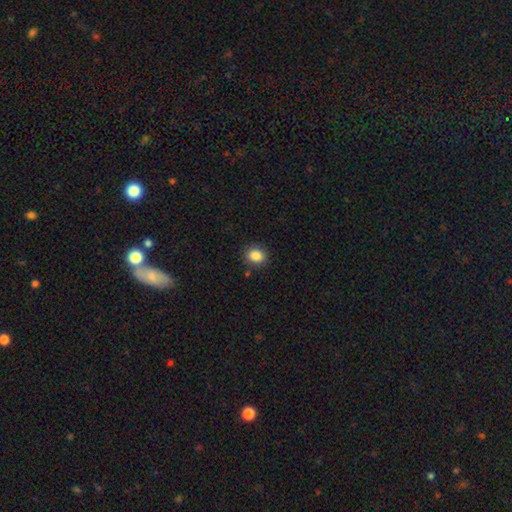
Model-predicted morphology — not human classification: A smooth galaxy with no disk features (86%) that is round (64%). Merging: none (87%).